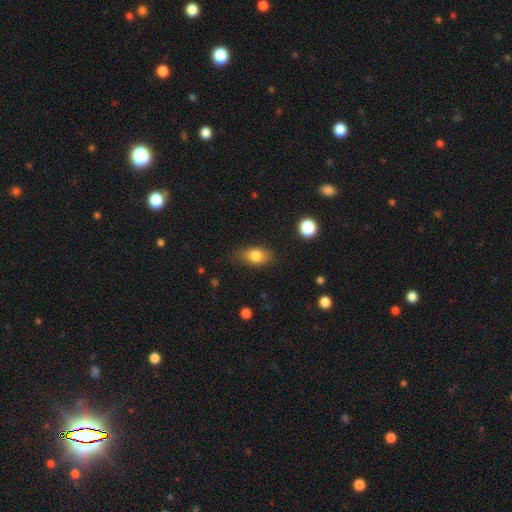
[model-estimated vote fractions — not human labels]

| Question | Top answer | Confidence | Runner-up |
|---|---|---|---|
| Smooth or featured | smooth | 81% | featured or disk (11%) |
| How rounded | in between | 82% | round (13%) |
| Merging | none | 76% | minor disturbance (18%) |